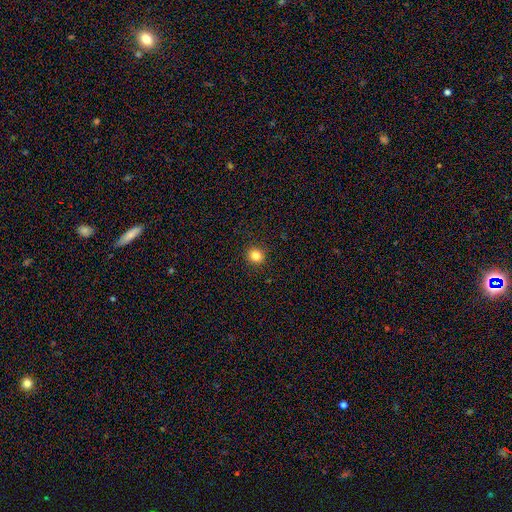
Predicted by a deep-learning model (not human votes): Smooth or featured? Predicted: smooth (p=0.84). How rounded? Predicted: round (p=0.88). Merging? Predicted: none (p=0.92).